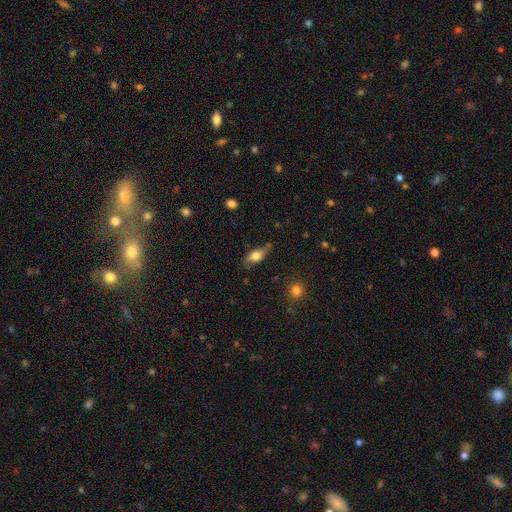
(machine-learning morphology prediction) This is likely a smooth galaxy (71%). How rounded: clearly in between (81%). Merging: likely none (63%).